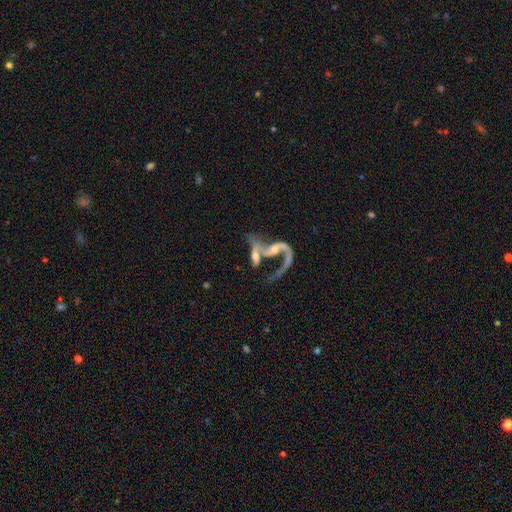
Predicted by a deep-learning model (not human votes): A featured or disk galaxy (69%) with no bar (58%), spiral arms (68%) and a small central bulge (37%). Merging: merger (60%).